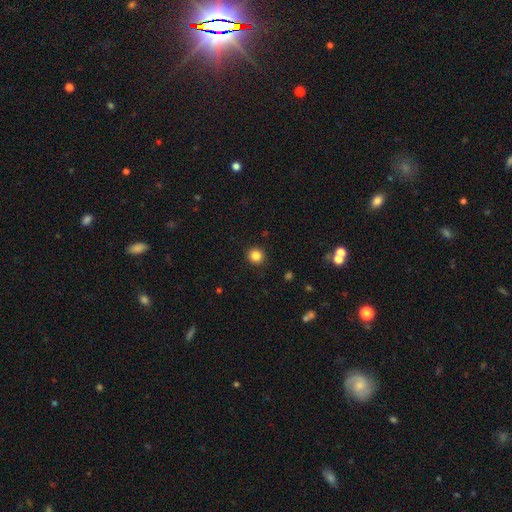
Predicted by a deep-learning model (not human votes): This is clearly a smooth galaxy (84%). How rounded: clearly round (93%). Merging: clearly none (92%).